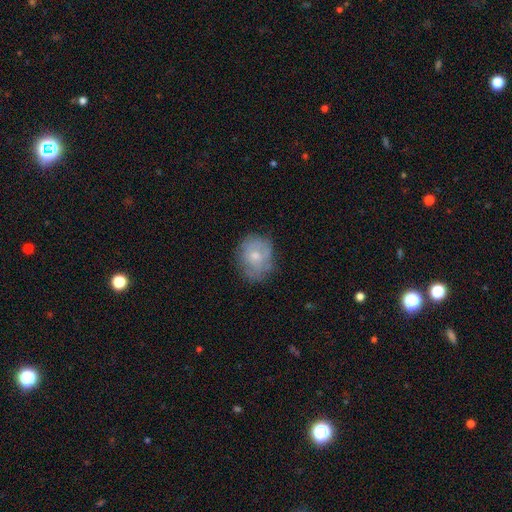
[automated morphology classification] This is possibly a smooth galaxy (55%). How rounded: possibly round (53%). Merging: likely none (64%).